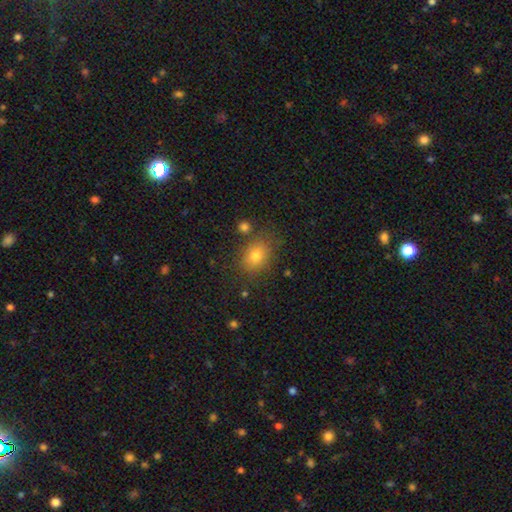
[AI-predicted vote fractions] Smooth or featured? Predicted: smooth (p=0.77). How rounded? Predicted: in between (p=0.55). Merging? Predicted: none (p=0.79).